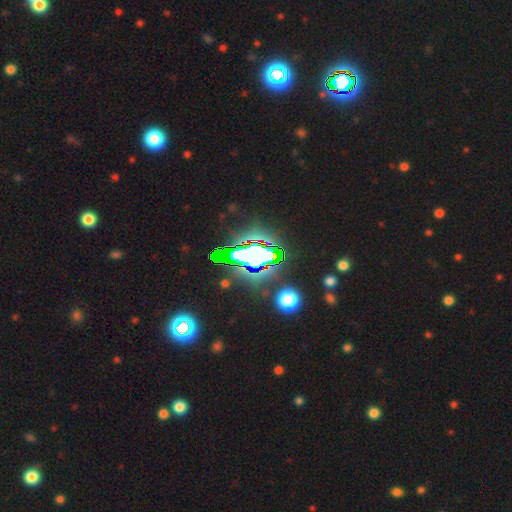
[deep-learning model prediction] Overall: star or artifact (67%).